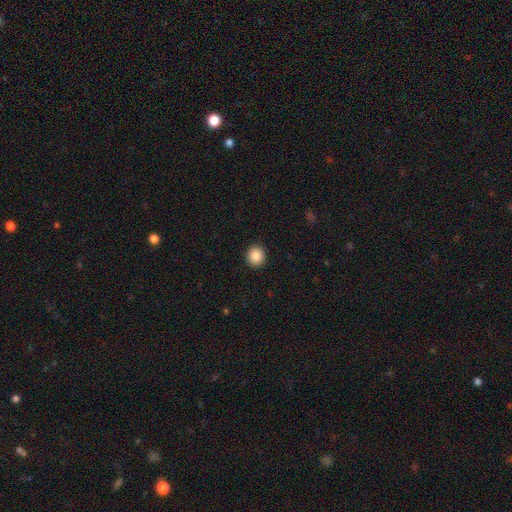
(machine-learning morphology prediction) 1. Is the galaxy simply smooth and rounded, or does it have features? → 88% smooth, 9% star or artifact, 3% featured or disk.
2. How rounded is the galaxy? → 89% round, 10% in between, 1% cigar-shaped.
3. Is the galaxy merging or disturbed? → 92% none, 5% minor disturbance, 2% major disturbance, 1% merger.